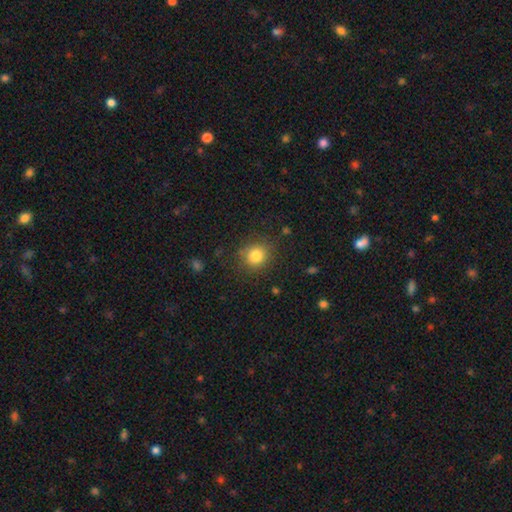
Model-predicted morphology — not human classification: A smooth galaxy with no disk features (82%) that is round (85%).

Vote fractions:
- Smooth or featured? smooth: 82% / star or artifact: 11% / featured or disk: 7%
- How rounded? round: 85% / in between: 14% / cigar-shaped: 1%
- Merging? none: 84% / minor disturbance: 11% / major disturbance: 4% / merger: 2%